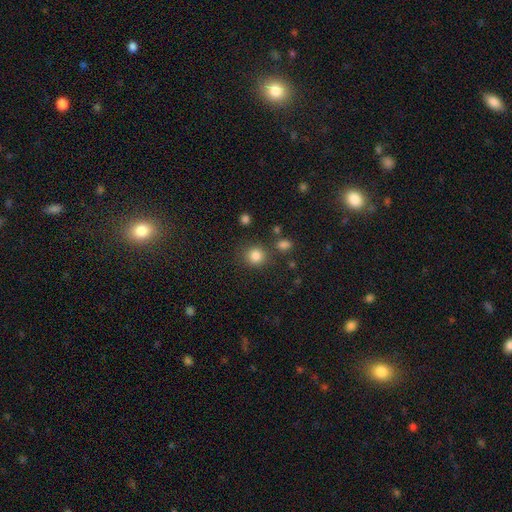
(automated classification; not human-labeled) smooth_or_featured: smooth (p=0.83) [alt: star or artifact p=0.12]
how_rounded: round (p=0.88) [alt: in between p=0.11]
merging: none (p=0.81) [alt: minor disturbance p=0.09]